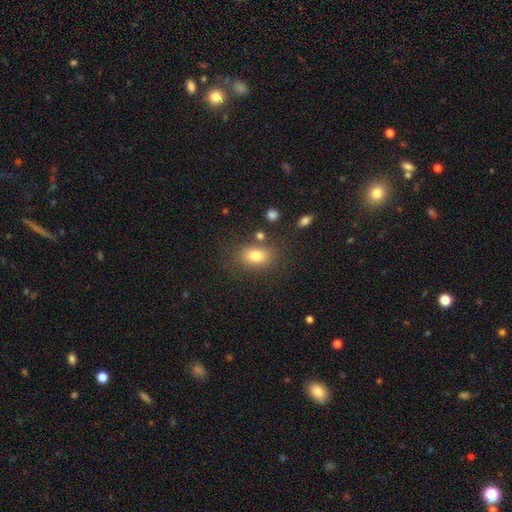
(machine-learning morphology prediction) This appears to be a smooth galaxy with no disk features (80%) that is in between round and cigar-shaped (75%). Merging: none (76%).